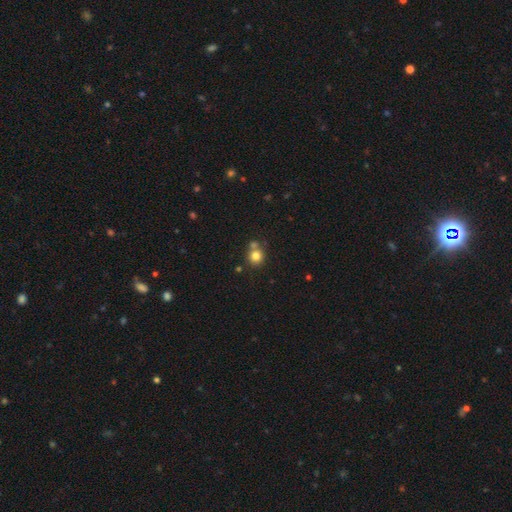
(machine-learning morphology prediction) smooth_or_featured: smooth (p=0.80) [alt: star or artifact p=0.12]
how_rounded: round (p=0.89) [alt: in between p=0.11]
merging: none (p=0.64) [alt: merger p=0.24]